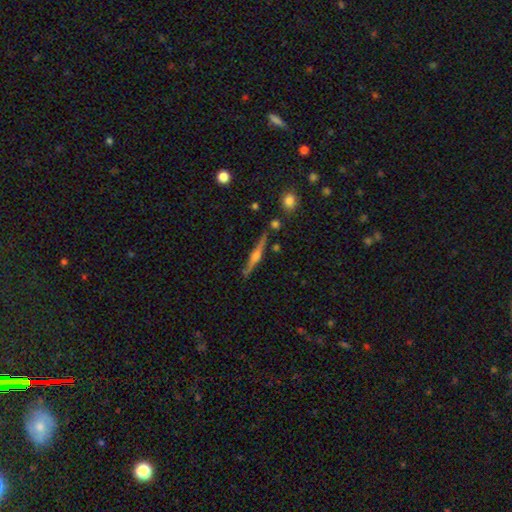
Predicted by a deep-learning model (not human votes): Smooth or featured?
  - featured or disk: 78% *
  - smooth: 15%
  - star or artifact: 7%
Edge-on disk?
  - yes: 98% *
  - no: 2%
Edge-on bulge?
  - rounded: 90% *
  - boxy: 6%
  - none: 4%
Merging?
  - none: 86% *
  - minor disturbance: 9%
  - merger: 3%
  - major disturbance: 2%